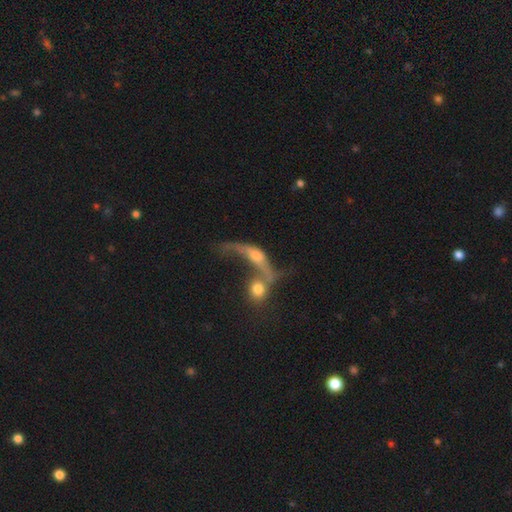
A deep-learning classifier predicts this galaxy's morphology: The model was most divided on "smooth or featured": featured or disk: 55%, smooth: 34%, star or artifact: 11%. More confident: edge-on disk — no (75%); merging — merger (64%).